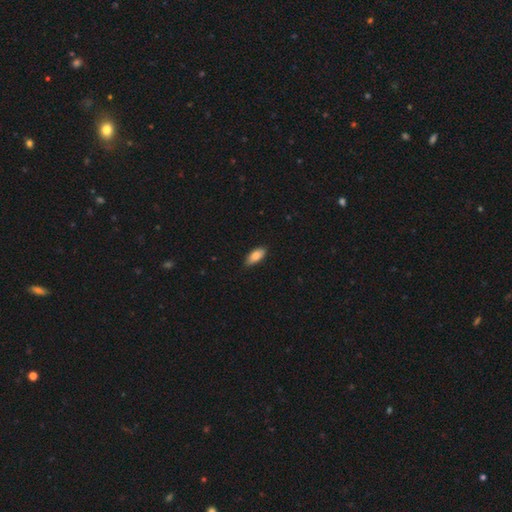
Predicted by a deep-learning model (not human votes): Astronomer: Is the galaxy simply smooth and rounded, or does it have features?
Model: smooth — 82%.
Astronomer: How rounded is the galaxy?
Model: in between — 87%.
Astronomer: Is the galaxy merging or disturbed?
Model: none — 84%.